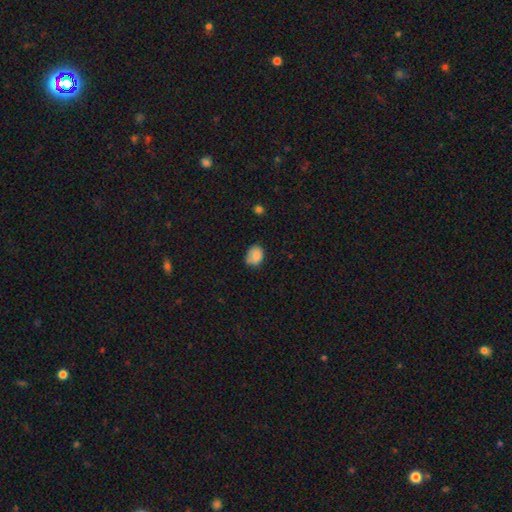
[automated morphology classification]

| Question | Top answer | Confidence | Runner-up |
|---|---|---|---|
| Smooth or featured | smooth | 84% | star or artifact (9%) |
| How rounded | in between | 62% | round (37%) |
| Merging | none | 63% | minor disturbance (29%) |